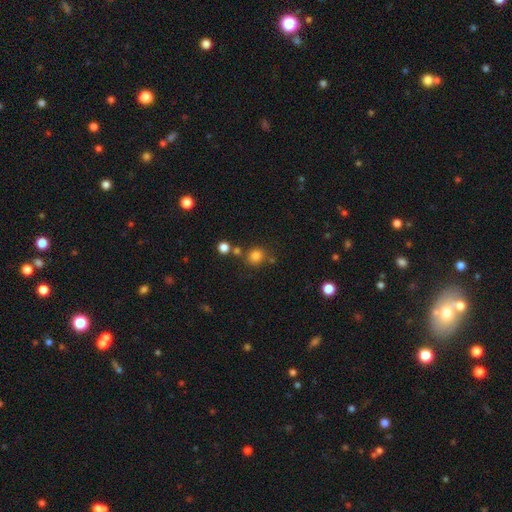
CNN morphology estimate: Smooth or featured? smooth (81%)
How rounded? round (85%)
Merging? none (74%)